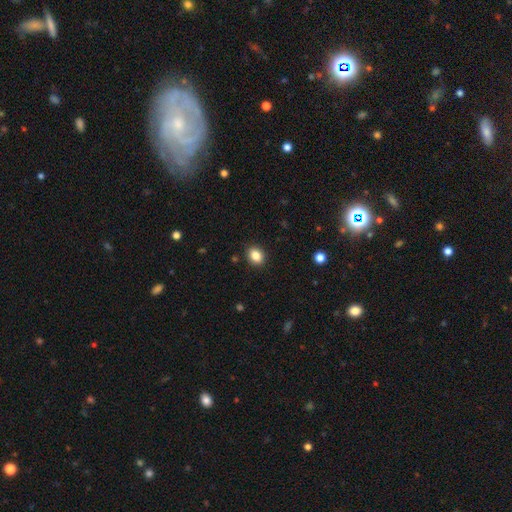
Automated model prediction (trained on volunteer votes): Morphology: type=smooth (85%); roundness=in between (56%); merging=none (90%).